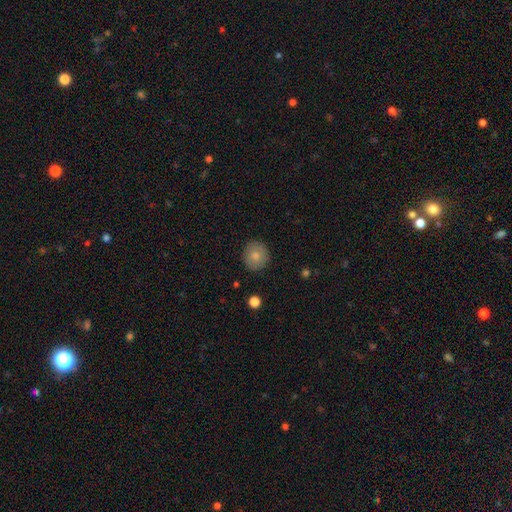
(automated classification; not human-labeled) smooth 81%, featured or disk 11%, star or artifact 8%. Down the decision tree: how rounded — round (88%); merging — none (89%).